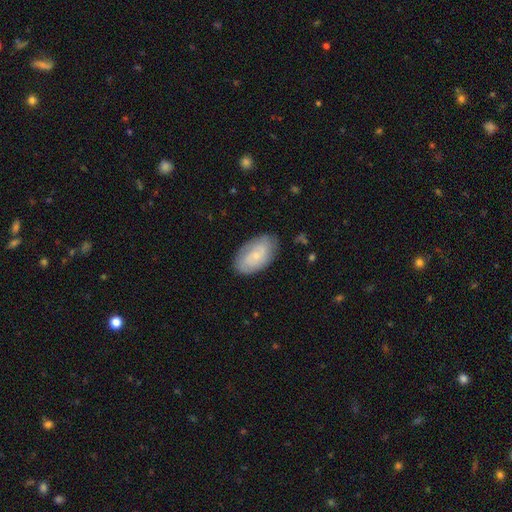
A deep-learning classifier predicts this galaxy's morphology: Overall: smooth (48%; featured or disk 45%). Merging: none (77%).